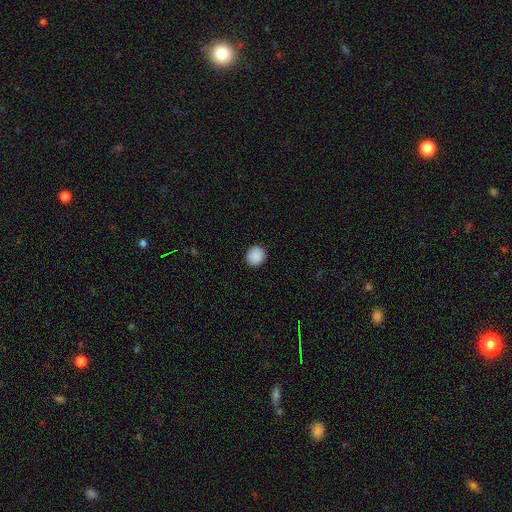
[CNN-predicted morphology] smooth 90%, star or artifact 8%, featured or disk 2%. Down the decision tree: how rounded — round (89%); merging — none (92%).